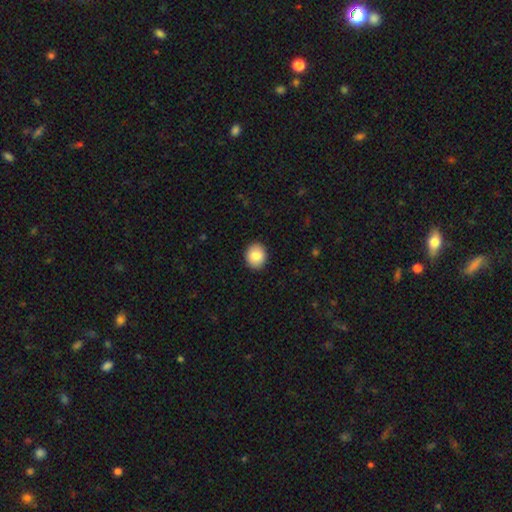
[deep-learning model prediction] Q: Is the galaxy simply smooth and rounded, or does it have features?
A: smooth — 85%.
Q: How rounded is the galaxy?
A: round — 71%.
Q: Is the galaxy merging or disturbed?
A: none — 91%.